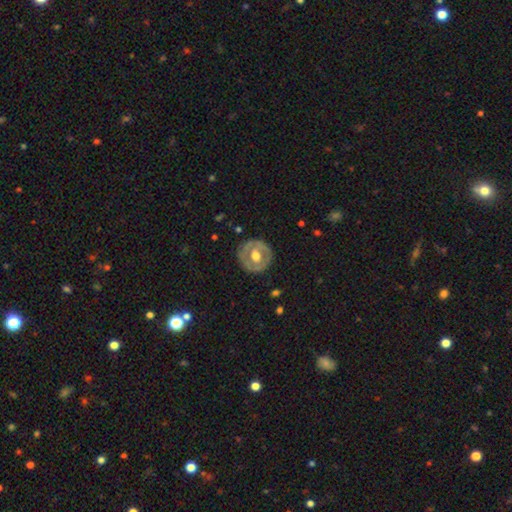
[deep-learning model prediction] Smooth or featured? Predicted: featured or disk (p=0.59). Edge-on disk? Predicted: no (p=0.95). Bar? Predicted: no (p=0.61). Spiral arms? Predicted: no (p=0.79). Bulge size? Predicted: moderate (p=0.71). Merging? Predicted: none (p=0.82).